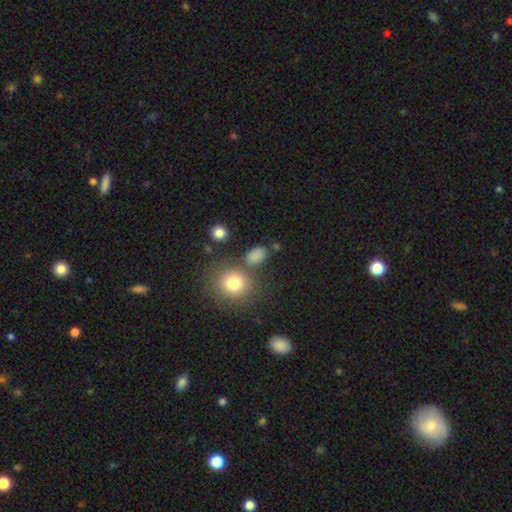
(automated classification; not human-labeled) Q: Smooth or featured?
A: smooth (81%); runner-up: star or artifact (13%)
Q: How rounded?
A: in between (69%); runner-up: round (29%)
Q: Merging?
A: none (71%); runner-up: minor disturbance (14%)